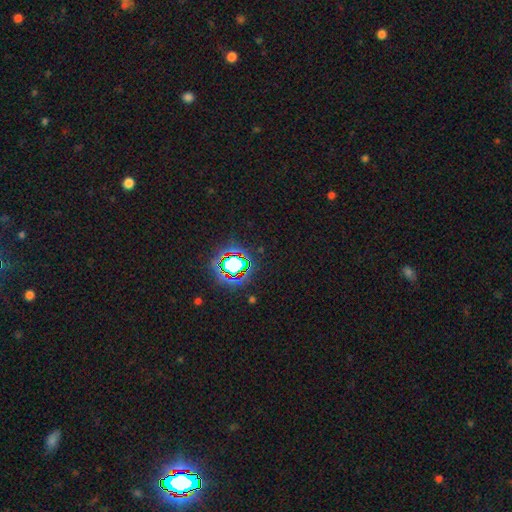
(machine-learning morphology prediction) Smooth or featured? star or artifact (80%)